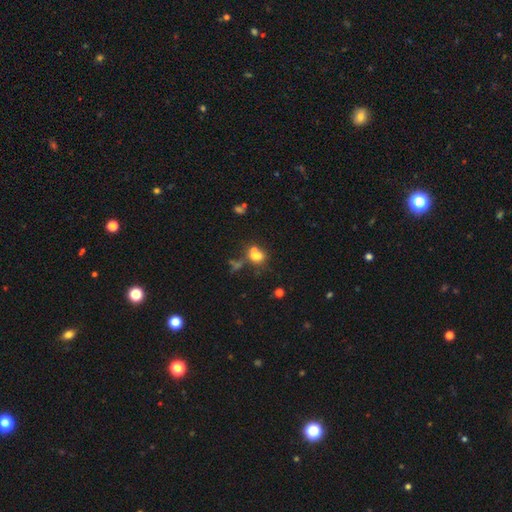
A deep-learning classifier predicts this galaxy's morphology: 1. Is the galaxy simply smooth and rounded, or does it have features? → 66% smooth, 18% star or artifact, 16% featured or disk.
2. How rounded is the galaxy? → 60% round, 39% in between, 1% cigar-shaped.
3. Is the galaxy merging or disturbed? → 43% merger, 39% none, 11% minor disturbance, 8% major disturbance.